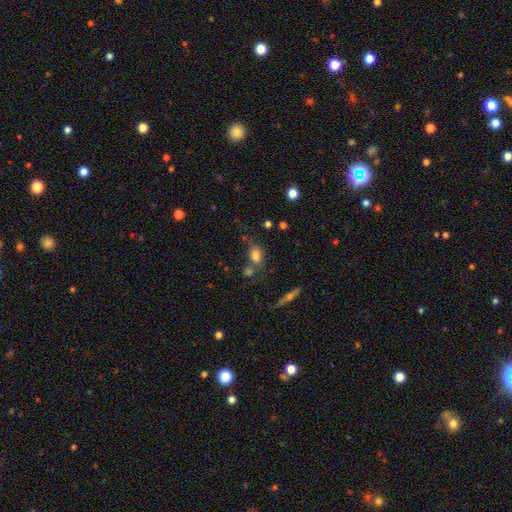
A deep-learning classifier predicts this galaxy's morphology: smooth 77%, star or artifact 12%, featured or disk 11%. Down the decision tree: how rounded — in between (61%); merging — none (47%).